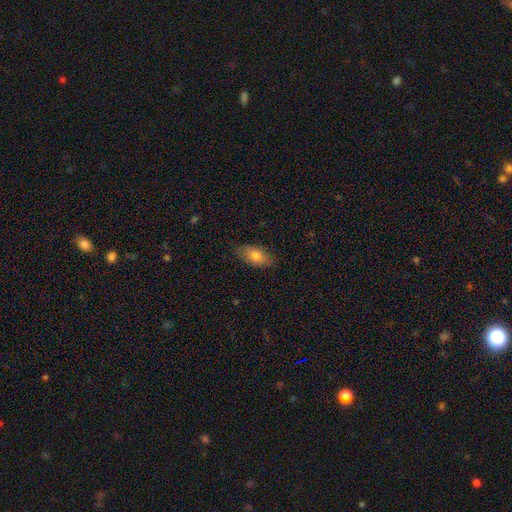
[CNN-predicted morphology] The model was most divided on "smooth or featured": smooth: 76%, featured or disk: 16%, star or artifact: 8%. More confident: how rounded — in between (89%); merging — none (82%).